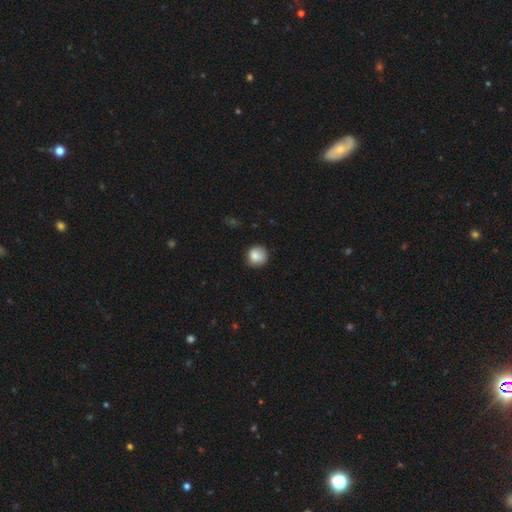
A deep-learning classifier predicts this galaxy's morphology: smooth 84%, star or artifact 8%, featured or disk 7%. Down the decision tree: how rounded — round (90%); merging — none (81%).